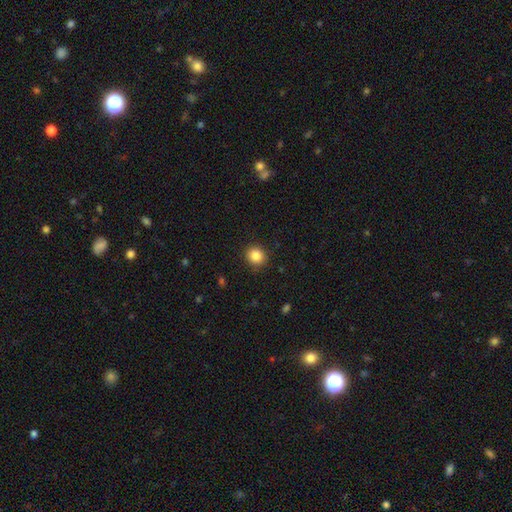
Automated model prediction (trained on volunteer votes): Smooth or featured: smooth — 85% (star or artifact — 10%)
How rounded: round — 84% (in between — 15%)
Merging: none — 89% (minor disturbance — 8%)